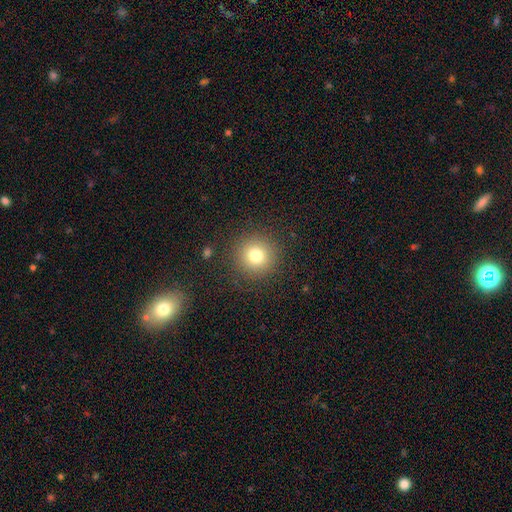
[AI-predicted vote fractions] This appears to be a smooth galaxy with no disk features (77%) that is round (94%). Merging: none (88%).